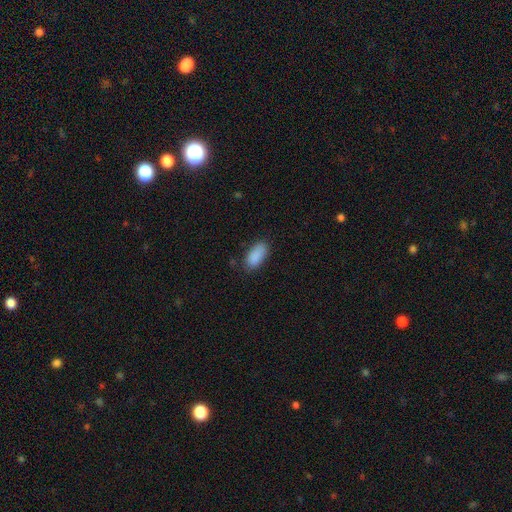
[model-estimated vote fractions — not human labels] A smooth galaxy with no disk features (89%) that is in between round and cigar-shaped (91%). Merging: none (78%).